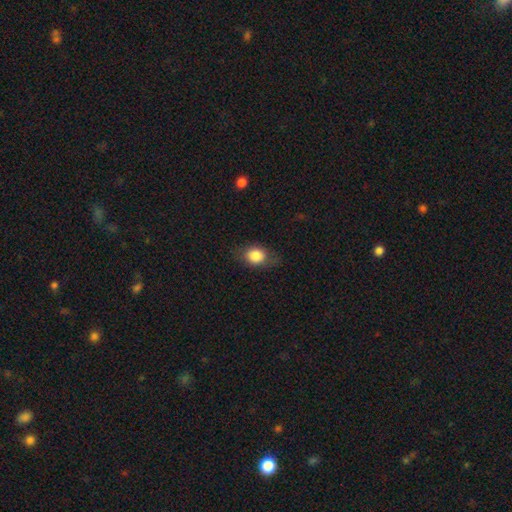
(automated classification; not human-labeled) Smooth or featured?
  - smooth: 83% *
  - star or artifact: 9%
  - featured or disk: 9%
How rounded?
  - in between: 53% *
  - round: 45%
  - cigar-shaped: 2%
Merging?
  - none: 73% *
  - minor disturbance: 19%
  - major disturbance: 7%
  - merger: 1%